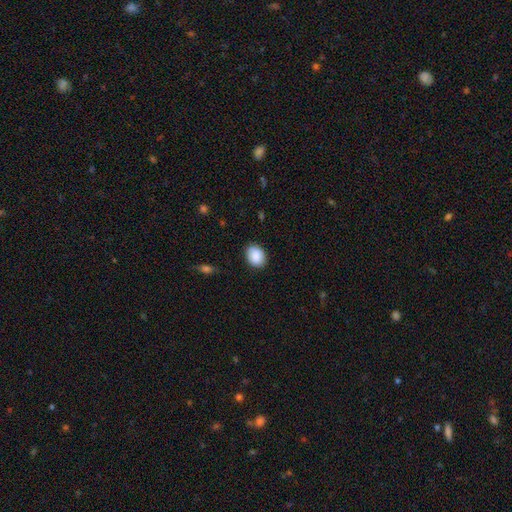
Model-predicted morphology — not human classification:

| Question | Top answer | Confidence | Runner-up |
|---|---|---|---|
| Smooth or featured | smooth | 89% | star or artifact (7%) |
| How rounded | in between | 73% | round (26%) |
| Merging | none | 87% | minor disturbance (10%) |